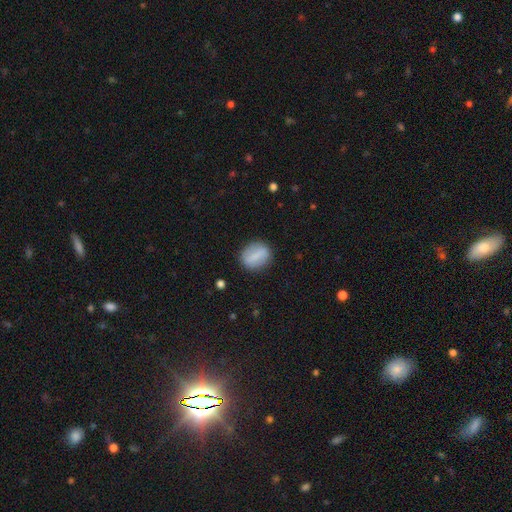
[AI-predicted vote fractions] Smooth or featured? Predicted: smooth (p=0.69). How rounded? Predicted: in between (p=0.53). Merging? Predicted: none (p=0.85).